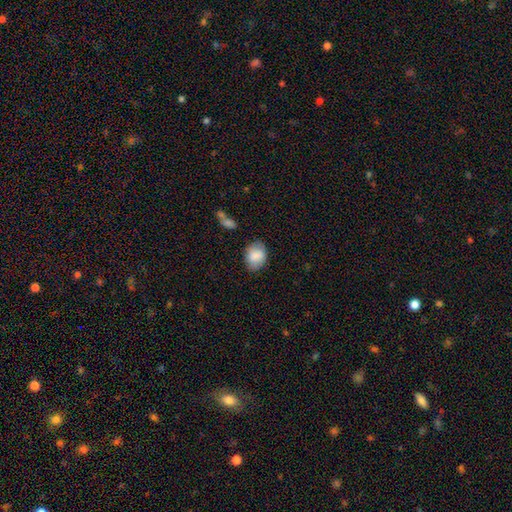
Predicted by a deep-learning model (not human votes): The model was most divided on "how rounded": in between: 68%, round: 31%, cigar-shaped: 1%. More confident: smooth or featured — smooth (83%); merging — none (75%).